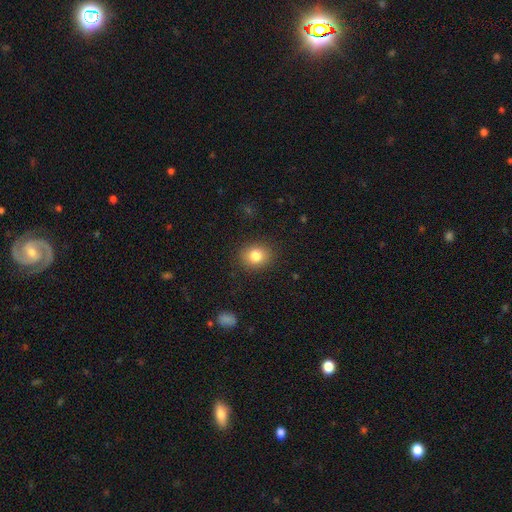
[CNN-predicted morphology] Smooth or featured? Predicted: smooth (p=0.82). How rounded? Predicted: round (p=0.61). Merging? Predicted: none (p=0.87).